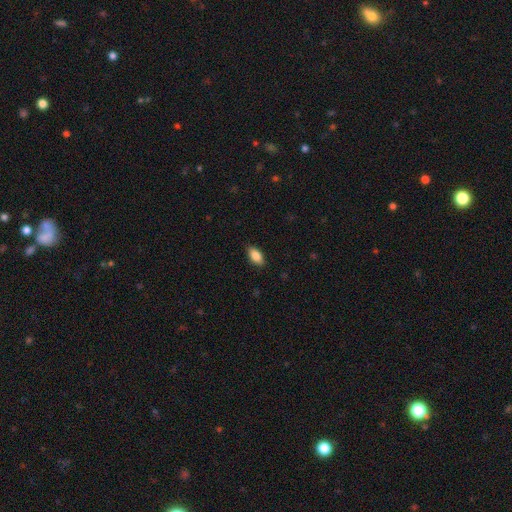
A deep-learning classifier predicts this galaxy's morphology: Smooth or featured: smooth — 86% (star or artifact — 7%)
How rounded: in between — 91% (cigar-shaped — 5%)
Merging: none — 87% (minor disturbance — 10%)